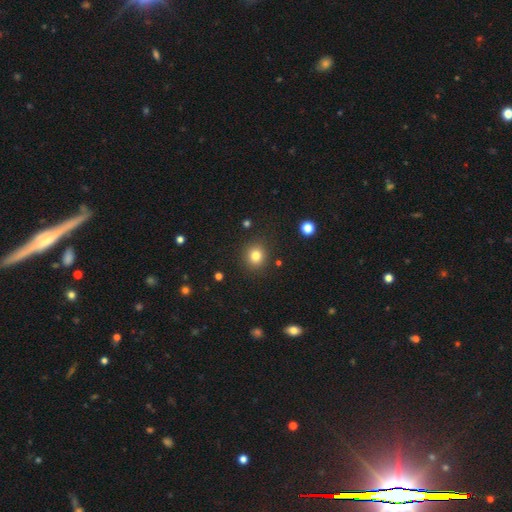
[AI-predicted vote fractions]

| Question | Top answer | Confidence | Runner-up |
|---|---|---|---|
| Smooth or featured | smooth | 81% | star or artifact (13%) |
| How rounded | round | 85% | in between (14%) |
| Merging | none | 88% | minor disturbance (7%) |